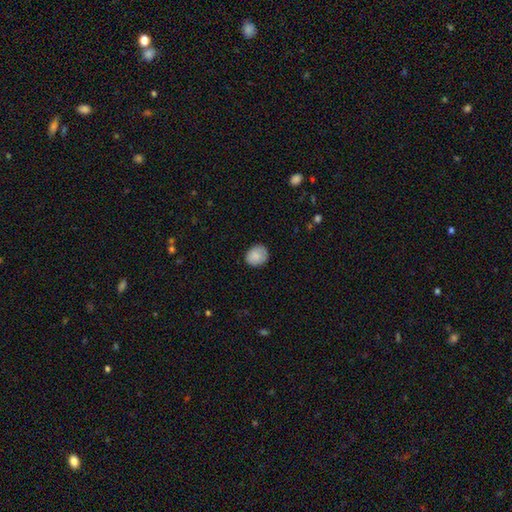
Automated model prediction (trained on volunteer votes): Smooth or featured?
  - smooth: 84% *
  - featured or disk: 9%
  - star or artifact: 8%
How rounded?
  - round: 60% *
  - in between: 39%
  - cigar-shaped: 1%
Merging?
  - none: 79% *
  - minor disturbance: 16%
  - major disturbance: 3%
  - merger: 1%